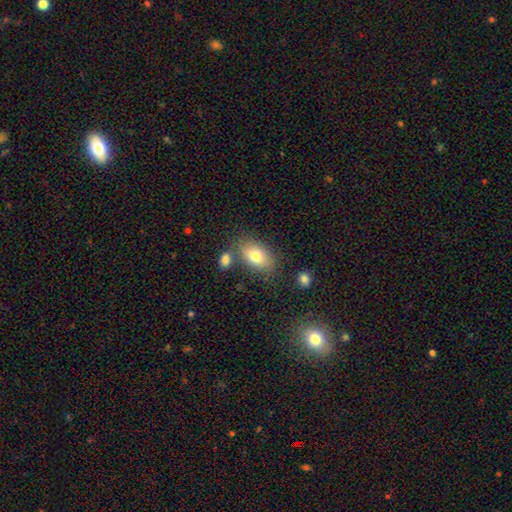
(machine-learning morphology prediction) This is likely a smooth galaxy (76%). How rounded: clearly in between (88%). Merging: likely none (70%).